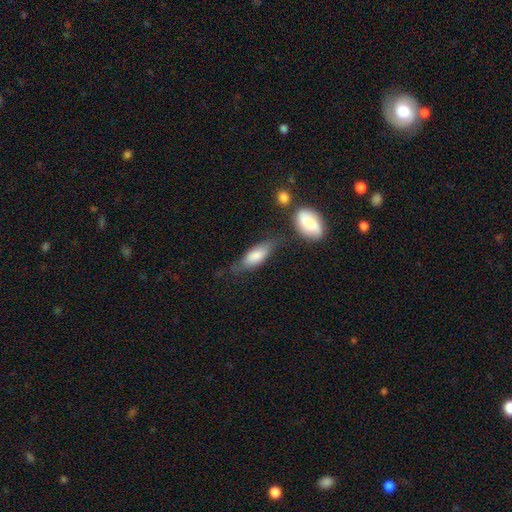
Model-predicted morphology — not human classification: smooth_or_featured: smooth (p=0.73) [alt: featured or disk p=0.20]
how_rounded: in between (p=0.67) [alt: cigar-shaped p=0.29]
merging: none (p=0.52) [alt: minor disturbance p=0.28]